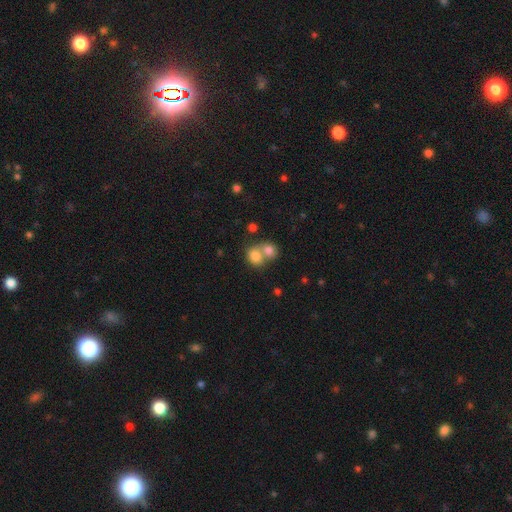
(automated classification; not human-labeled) This is likely a smooth galaxy (78%). How rounded: likely round (68%). Merging: likely merger (60%).